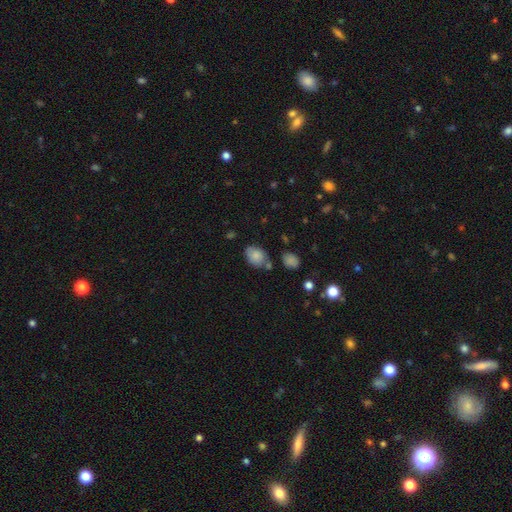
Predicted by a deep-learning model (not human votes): smooth_or_featured: smooth (p=0.80) [alt: featured or disk p=0.11]
how_rounded: in between (p=0.75) [alt: round p=0.24]
merging: none (p=0.60) [alt: minor disturbance p=0.21]